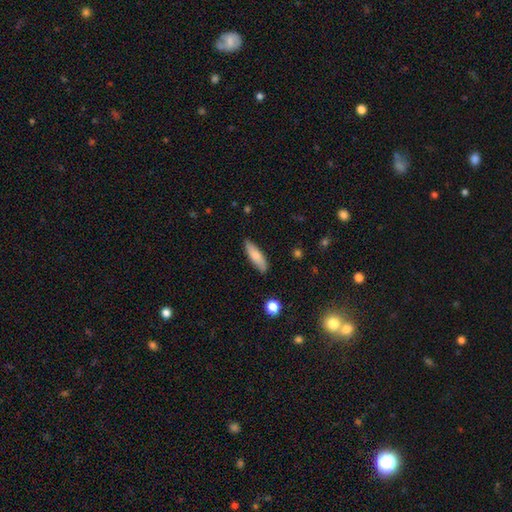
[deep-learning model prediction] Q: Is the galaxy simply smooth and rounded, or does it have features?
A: smooth — 77%.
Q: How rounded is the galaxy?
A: cigar-shaped — 60%.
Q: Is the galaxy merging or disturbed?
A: none — 85%.